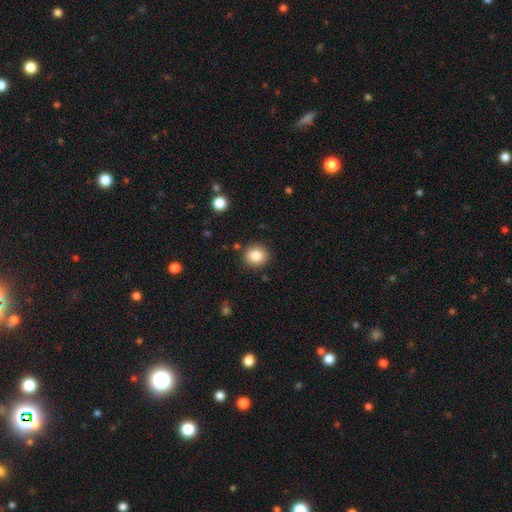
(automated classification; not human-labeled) Q: Smooth or featured?
A: smooth (86%); runner-up: star or artifact (9%)
Q: How rounded?
A: round (83%); runner-up: in between (16%)
Q: Merging?
A: none (88%); runner-up: minor disturbance (8%)